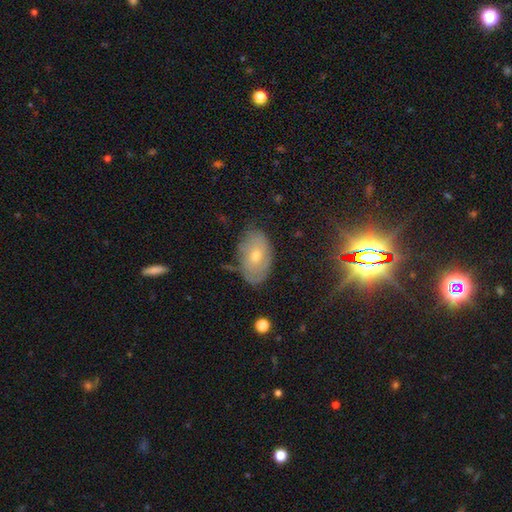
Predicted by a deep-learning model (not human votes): smooth-or-featured: smooth: 43% | featured or disk: 41% | star or artifact: 17%
  merging: none: 71% | minor disturbance: 21% | major disturbance: 6% | merger: 2%